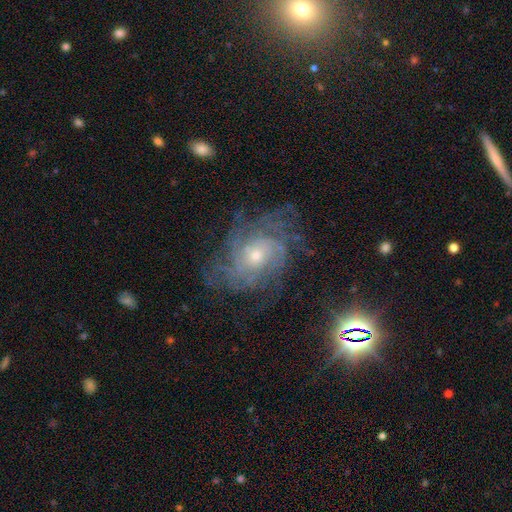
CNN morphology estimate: The model was most divided on "bulge size": small: 60%, moderate: 35%, large: 3%, none: 1%, dominant: 1%. Remaining: edge-on disk — no (96%); spiral arms — yes (92%); smooth or featured — featured or disk (82%); bar — no (79%); merging — none (67%); spiral winding — tight (60%); spiral arm count — can't tell (43%).